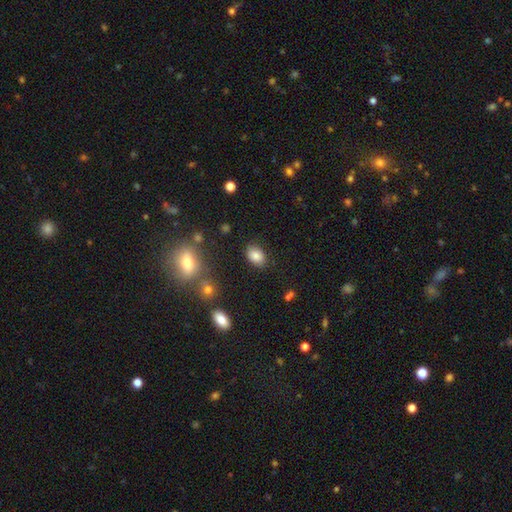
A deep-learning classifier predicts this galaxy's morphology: This appears to be a smooth galaxy with no disk features (83%) that is in between round and cigar-shaped (81%). Merging: none (84%).